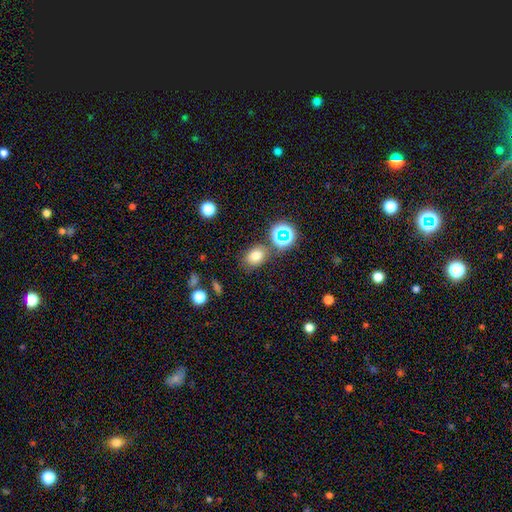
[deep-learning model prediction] A smooth galaxy with no disk features (74%) that is in between round and cigar-shaped (59%).

Vote fractions:
- Smooth or featured? smooth: 74% / star or artifact: 17% / featured or disk: 9%
- How rounded? in between: 59% / round: 40% / cigar-shaped: 1%
- Merging? none: 75% / minor disturbance: 13% / merger: 9% / major disturbance: 4%